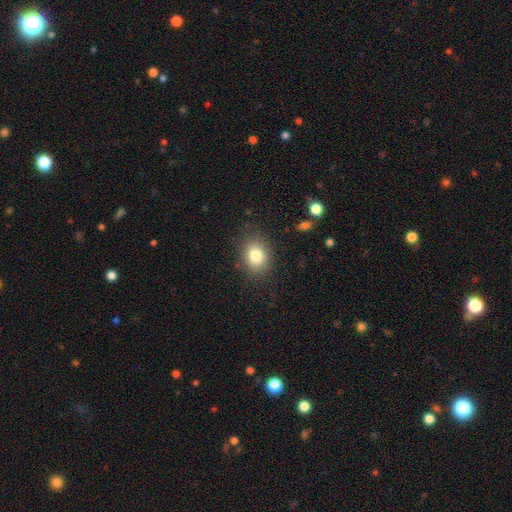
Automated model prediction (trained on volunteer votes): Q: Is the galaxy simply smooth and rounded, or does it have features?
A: smooth — 82%.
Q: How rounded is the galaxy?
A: in between — 55%.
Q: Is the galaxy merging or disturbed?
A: none — 83%.